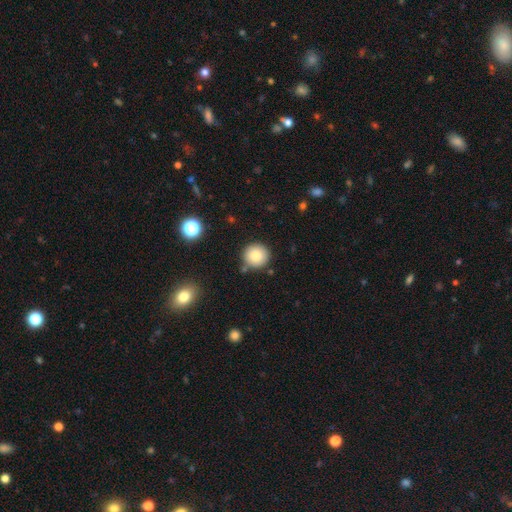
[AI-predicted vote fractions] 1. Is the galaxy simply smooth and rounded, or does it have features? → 85% smooth, 9% star or artifact, 6% featured or disk.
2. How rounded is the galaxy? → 94% round, 5% in between, 1% cigar-shaped.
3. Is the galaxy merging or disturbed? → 84% none, 10% minor disturbance, 4% merger, 3% major disturbance.